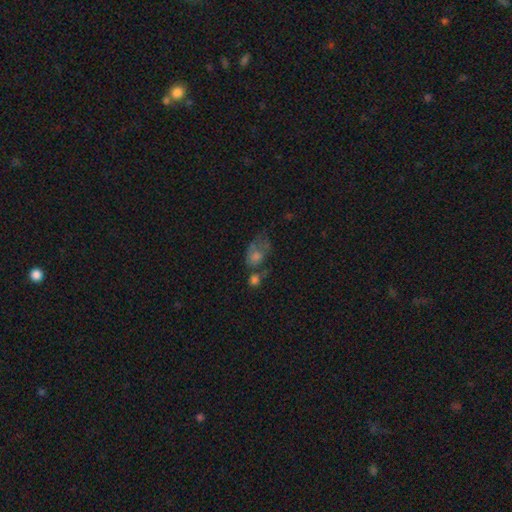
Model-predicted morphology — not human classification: type=smooth (53%); roundness=in between (68%); merging=merger (31%).